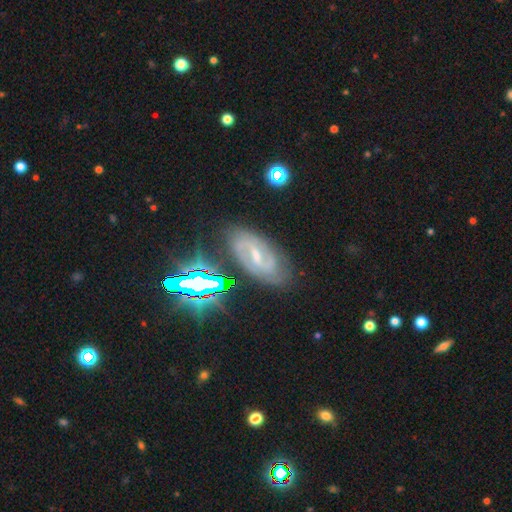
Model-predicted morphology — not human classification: A featured or disk galaxy (73%) with a weak bar (43%, tied with strong), 2 (76%) tight (43%) spiral arms (91%) and a small central bulge (61%).

Vote fractions:
- Smooth or featured? featured or disk: 73% / star or artifact: 17% / smooth: 10%
- Edge-on disk? no: 93% / yes: 7%
- Bar? weak: 43% (tied) / strong: 43% (tied) / no: 14%
- Spiral arms? yes: 91% / no: 9%
- Spiral winding? tight: 43% / medium: 42% / loose: 15%
- Spiral arm count? 2: 76% / can't tell: 14% / 3: 3% / 1: 3% / 4: 2% / more than 4: 2%
- Bulge size? small: 61% / moderate: 31% / none: 5% / large: 2% / dominant: 1%
- Merging? none: 76% / minor disturbance: 15% / major disturbance: 6% / merger: 3%